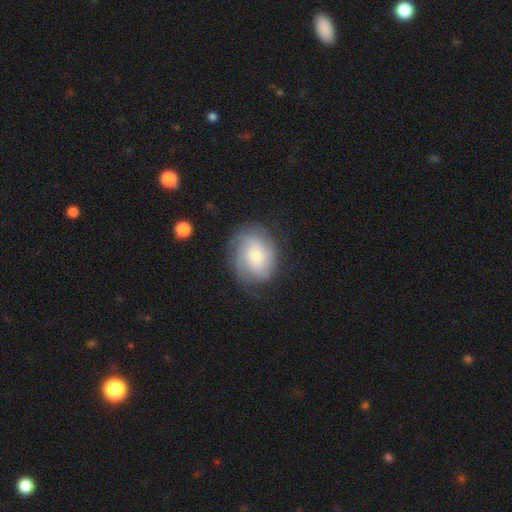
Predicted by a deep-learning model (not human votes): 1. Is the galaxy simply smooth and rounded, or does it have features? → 55% featured or disk, 38% smooth, 8% star or artifact.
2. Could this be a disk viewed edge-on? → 97% no, 3% yes.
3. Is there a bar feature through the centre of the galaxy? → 74% no, 22% weak, 4% strong.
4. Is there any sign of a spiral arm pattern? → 86% yes, 14% no.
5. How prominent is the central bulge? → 55% small, 35% moderate, 6% large, 3% none, 2% dominant.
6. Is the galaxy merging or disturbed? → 70% none, 20% minor disturbance, 9% major disturbance, 1% merger.